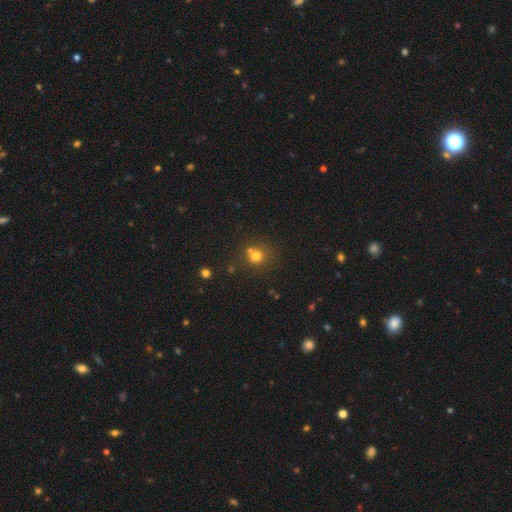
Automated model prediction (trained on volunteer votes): This is likely a smooth galaxy (72%). How rounded: clearly round (85%). Merging: possibly none (57%).